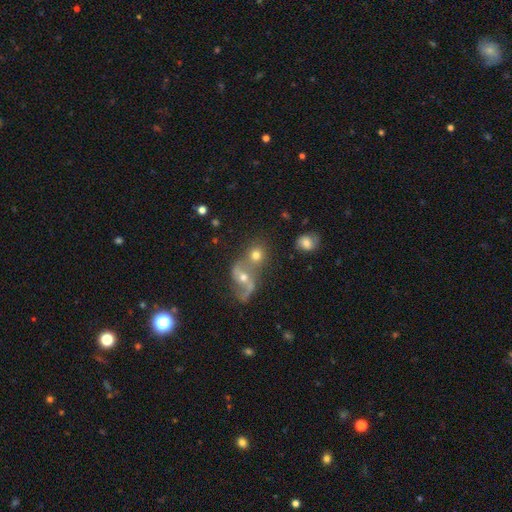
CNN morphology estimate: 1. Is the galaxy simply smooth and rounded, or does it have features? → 50% featured or disk, 35% smooth, 15% star or artifact.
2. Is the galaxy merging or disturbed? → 44% merger, 38% none, 10% minor disturbance, 8% major disturbance.